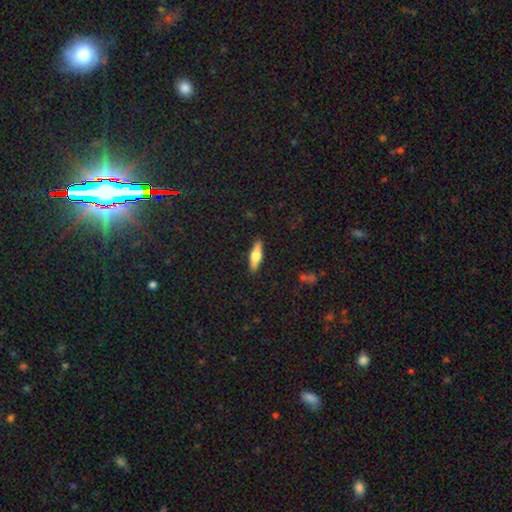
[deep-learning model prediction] smooth 51%, featured or disk 43%, star or artifact 6%. Down the decision tree: how rounded — cigar-shaped (59%); merging — none (89%).